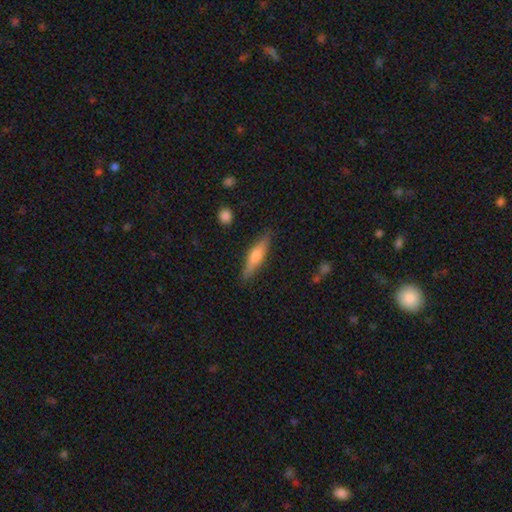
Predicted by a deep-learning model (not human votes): Q: Smooth or featured?
A: featured or disk (48%); runner-up: smooth (46%)
Q: Merging?
A: none (87%); runner-up: minor disturbance (9%)